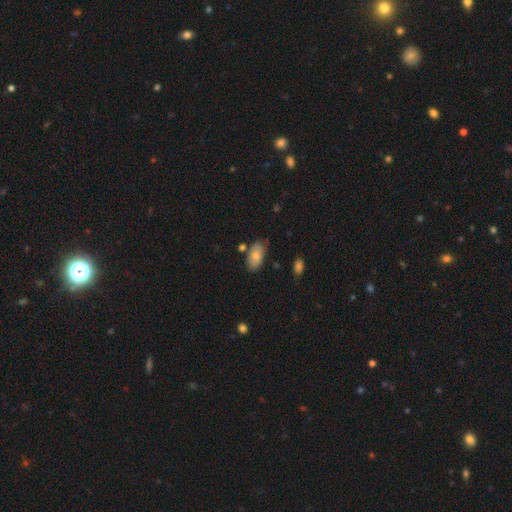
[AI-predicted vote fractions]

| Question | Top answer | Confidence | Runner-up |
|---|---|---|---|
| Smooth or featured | smooth | 78% | featured or disk (15%) |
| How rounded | in between | 93% | round (3%) |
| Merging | none | 74% | minor disturbance (17%) |